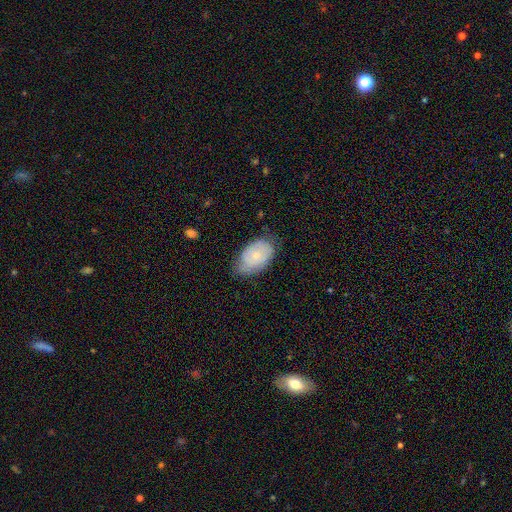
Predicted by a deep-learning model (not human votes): Smooth or featured? smooth (57%)
How rounded? in between (90%)
Merging? none (62%)